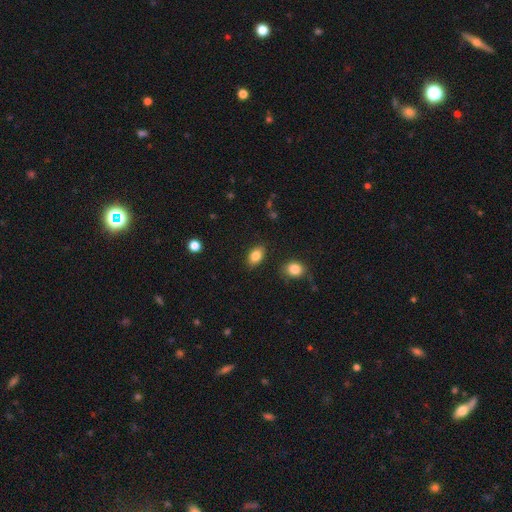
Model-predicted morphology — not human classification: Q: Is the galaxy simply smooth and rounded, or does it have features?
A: smooth — 83%.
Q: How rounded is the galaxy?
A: in between — 86%.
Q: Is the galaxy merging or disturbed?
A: none — 85%.